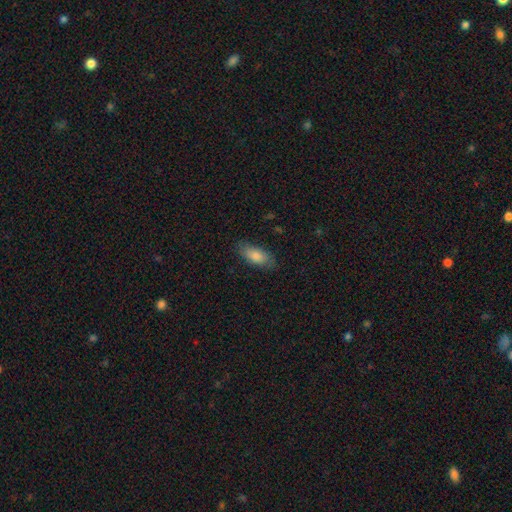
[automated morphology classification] This appears to be a smooth galaxy with no disk features (81%) that is in between round and cigar-shaped (82%). Merging: none (82%).